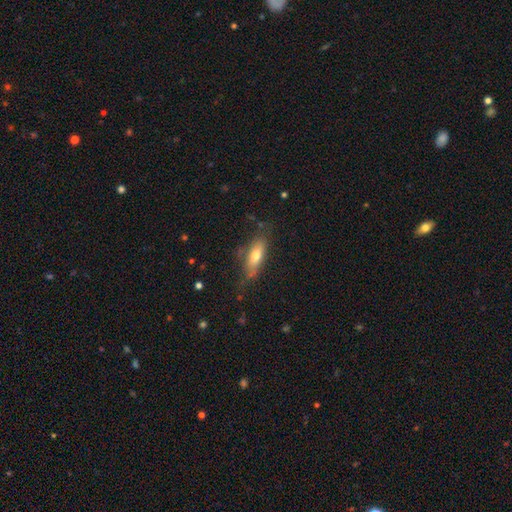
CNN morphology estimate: Smooth or featured? smooth (64%)
How rounded? in between (62%)
Merging? none (64%)